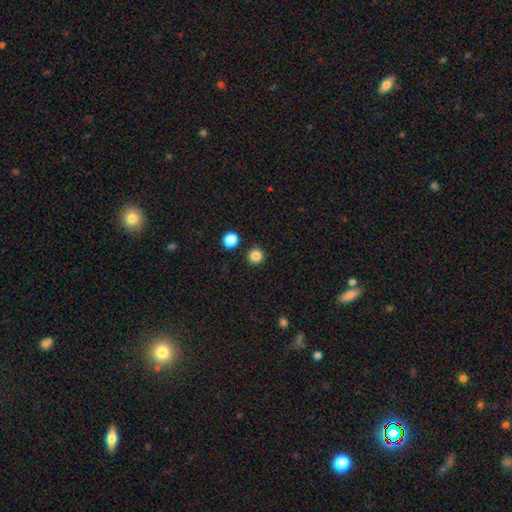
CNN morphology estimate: smooth 85%, star or artifact 12%, featured or disk 4%. Down the decision tree: how rounded — round (96%); merging — none (91%).